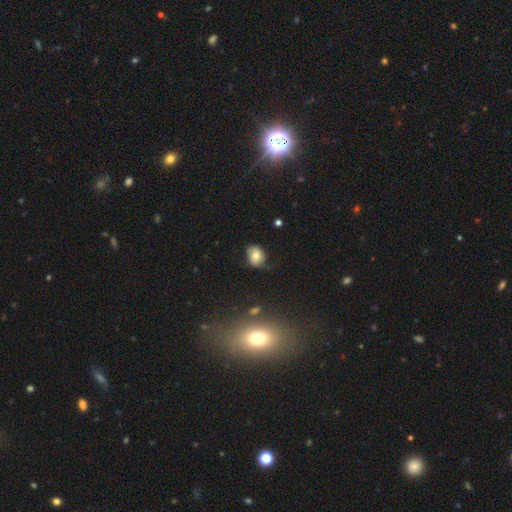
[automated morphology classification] Q: Smooth or featured?
A: smooth (67%); runner-up: featured or disk (22%)
Q: How rounded?
A: round (50%); runner-up: in between (49%)
Q: Merging?
A: none (62%); runner-up: minor disturbance (28%)